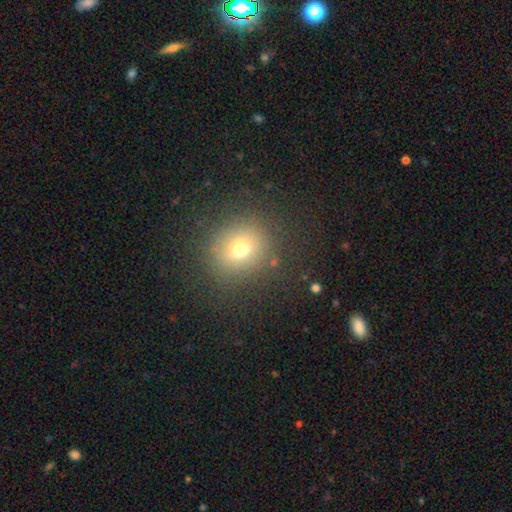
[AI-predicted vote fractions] Smooth or featured?
  - smooth: 67% *
  - star or artifact: 21%
  - featured or disk: 12%
How rounded?
  - round: 84% *
  - in between: 15%
  - cigar-shaped: 1%
Merging?
  - none: 87% *
  - minor disturbance: 8%
  - major disturbance: 4%
  - merger: 1%